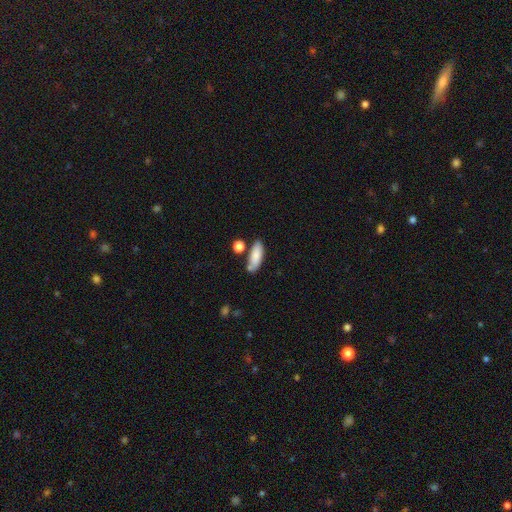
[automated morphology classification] Smooth or featured?
  - smooth: 84% *
  - featured or disk: 10%
  - star or artifact: 7%
How rounded?
  - in between: 67% *
  - cigar-shaped: 31%
  - round: 3%
Merging?
  - none: 67% *
  - minor disturbance: 17%
  - merger: 12%
  - major disturbance: 4%